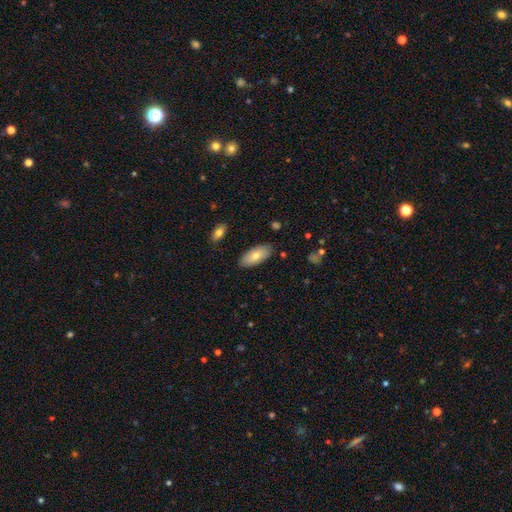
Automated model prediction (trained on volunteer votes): This appears to be a smooth galaxy with no disk features (74%) that is in between round and cigar-shaped (89%). Merging: none (85%).